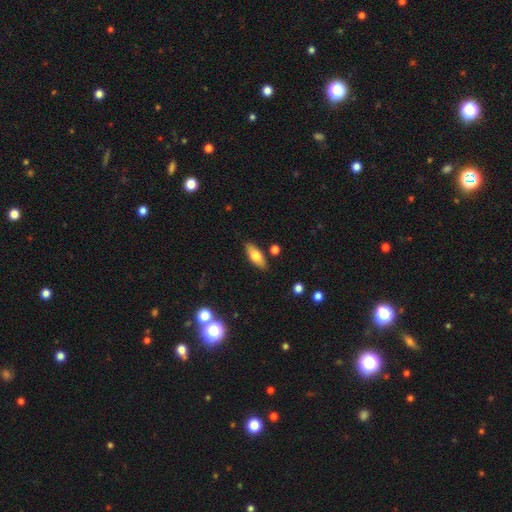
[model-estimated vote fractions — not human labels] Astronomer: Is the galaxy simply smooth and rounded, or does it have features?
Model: smooth — 68%.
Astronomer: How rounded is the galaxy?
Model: in between — 71%.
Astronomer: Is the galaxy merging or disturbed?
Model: none — 85%.